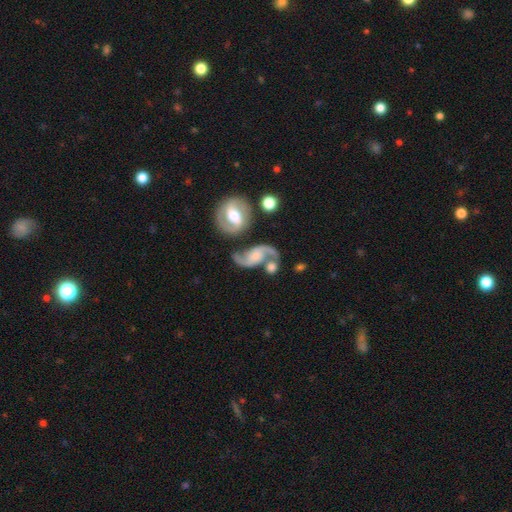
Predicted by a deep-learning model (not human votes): Smooth or featured: featured or disk — 87% (smooth — 8%)
Edge-on disk: no — 97% (yes — 3%)
Bar: no — 48% (weak — 38%)
Spiral arms: yes — 96% (no — 4%)
Spiral winding: loose — 61% (medium — 33%)
Spiral arm count: 2 — 93% (1 — 3%)
Bulge size: small — 41% (moderate — 37%)
Merging: none — 50% (merger — 24%)